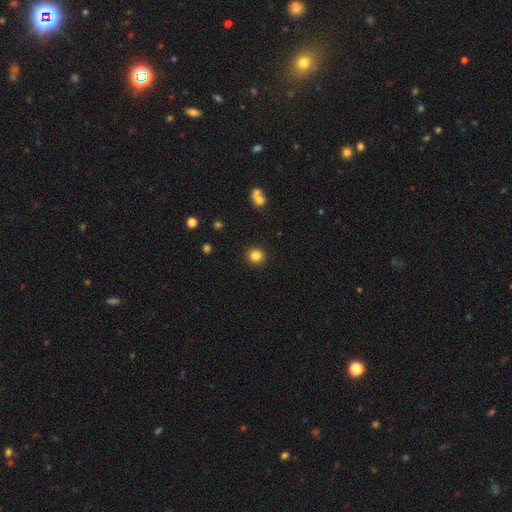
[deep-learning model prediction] A smooth galaxy with no disk features (85%) that is round (92%). Merging: none (92%).